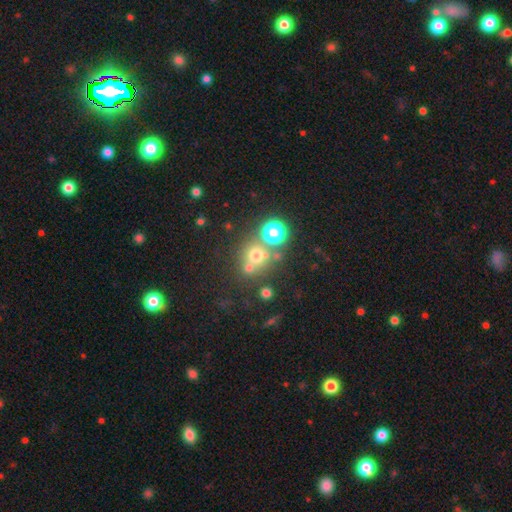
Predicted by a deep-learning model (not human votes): The model was most divided on "smooth or featured": smooth: 59%, star or artifact: 27%, featured or disk: 15%. More confident: how rounded — round (86%); merging — none (59%).